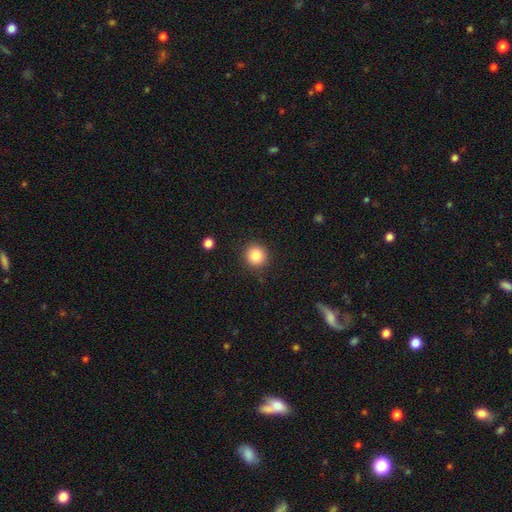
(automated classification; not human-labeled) This appears to be a smooth galaxy with no disk features (84%) that is round (92%). Merging: none (90%).